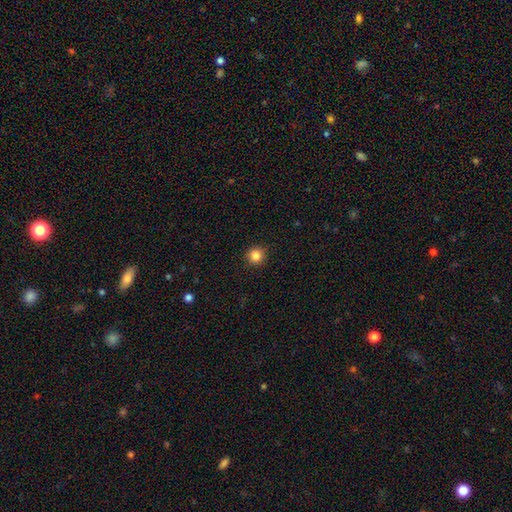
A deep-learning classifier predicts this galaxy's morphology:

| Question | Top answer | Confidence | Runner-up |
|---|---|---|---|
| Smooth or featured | smooth | 85% | star or artifact (11%) |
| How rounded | round | 93% | in between (6%) |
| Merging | none | 91% | minor disturbance (6%) |